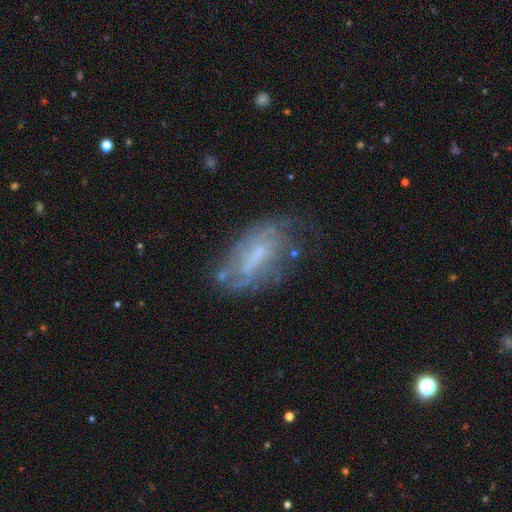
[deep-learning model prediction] This is possibly a featured or disk galaxy (59%). It is clearly not viewed edge-on (90%). Bar: possibly no (45%). Spiral arm pattern: possibly no (56%). Central bulge: marginally none (38%). Merging: possibly none (49%).